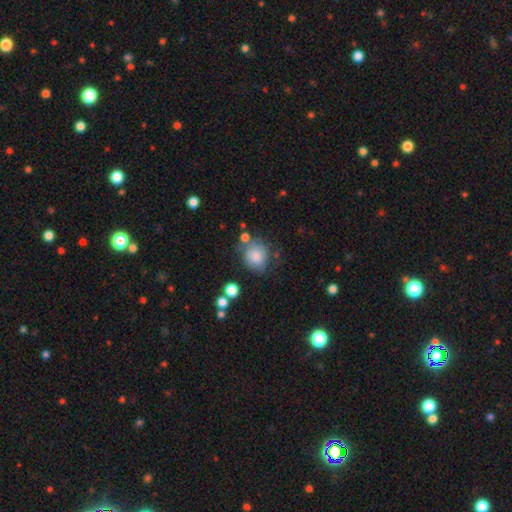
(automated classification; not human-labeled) The model was most divided on "merging": none: 59%, minor disturbance: 22%, major disturbance: 10%, merger: 9%. More confident: smooth or featured — smooth (78%); how rounded — round (74%).